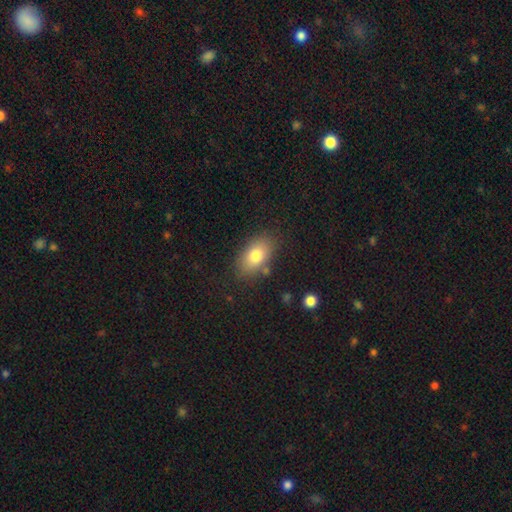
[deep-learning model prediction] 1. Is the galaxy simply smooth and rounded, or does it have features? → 78% smooth, 13% featured or disk, 8% star or artifact.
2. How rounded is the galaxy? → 90% in between, 8% round, 2% cigar-shaped.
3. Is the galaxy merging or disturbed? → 81% none, 13% minor disturbance, 4% major disturbance, 3% merger.